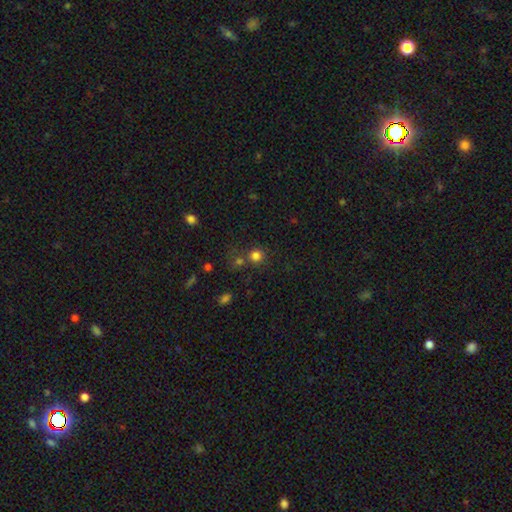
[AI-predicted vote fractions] This is likely a smooth galaxy (77%). How rounded: clearly round (90%). Merging: likely none (67%).